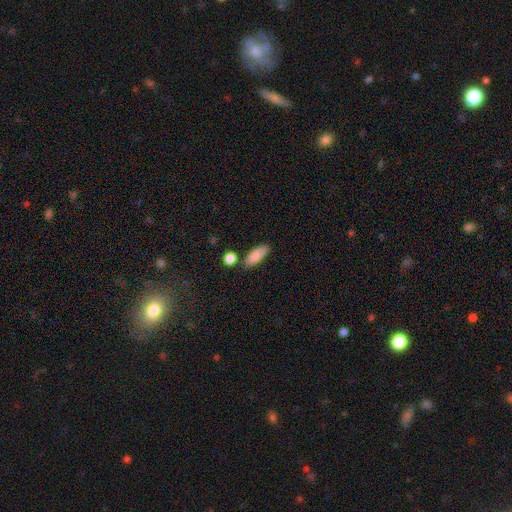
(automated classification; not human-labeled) smooth 86%, featured or disk 8%, star or artifact 7%. Down the decision tree: how rounded — in between (76%); merging — none (74%).